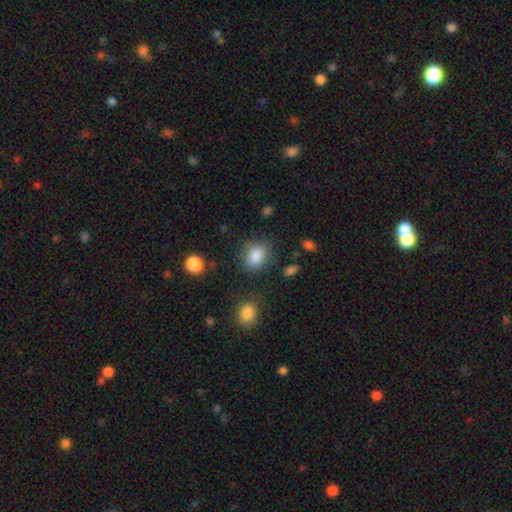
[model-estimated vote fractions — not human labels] Smooth or featured? Predicted: smooth (p=0.86). How rounded? Predicted: in between (p=0.50). Merging? Predicted: none (p=0.78).